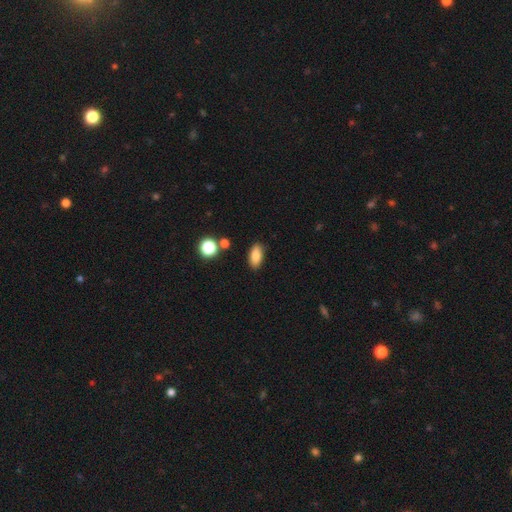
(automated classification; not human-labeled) Smooth or featured? Predicted: smooth (p=0.84). How rounded? Predicted: in between (p=0.88). Merging? Predicted: none (p=0.87).